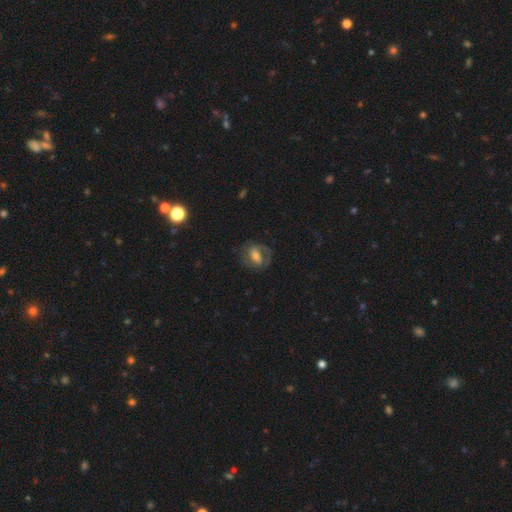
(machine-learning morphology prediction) A featured or disk galaxy (56%) with a weak bar (35%), spiral arms (61%) and a moderate central bulge (48%).

Vote fractions:
- Smooth or featured? featured or disk: 56% / smooth: 36% / star or artifact: 8%
- Edge-on disk? no: 94% / yes: 6%
- Bar? weak: 35% / strong: 34% / no: 31%
- Spiral arms? yes: 61% / no: 39%
- Bulge size? moderate: 48% / small: 29% / large: 16% / none: 5% / dominant: 2%
- Merging? none: 63% / minor disturbance: 19% / major disturbance: 17% / merger: 2%